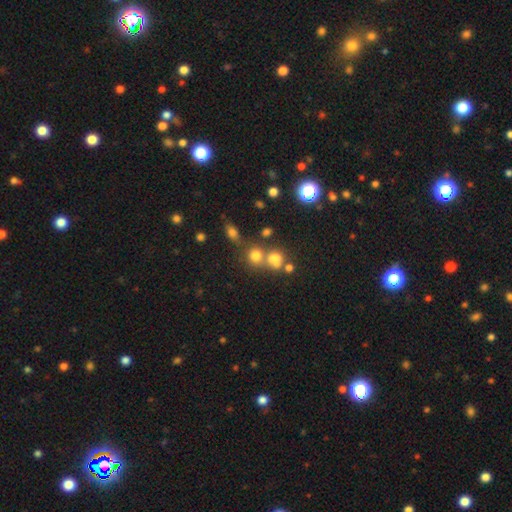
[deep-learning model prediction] A smooth galaxy with no disk features (72%) that is round (82%). Merging: none (52%).